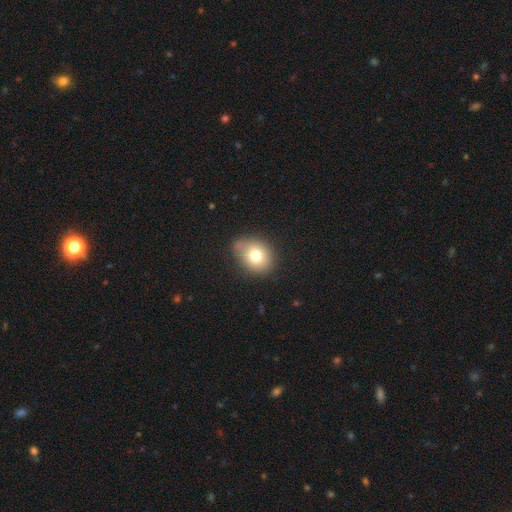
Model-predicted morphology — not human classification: smooth-or-featured: smooth: 75% | featured or disk: 14% | star or artifact: 11%
  how-rounded: in between: 52% | round: 47% | cigar-shaped: 1%
  merging: none: 69% | minor disturbance: 22% | major disturbance: 5% | merger: 4%